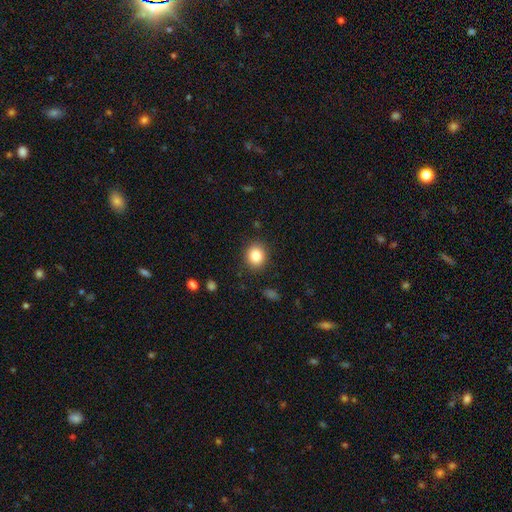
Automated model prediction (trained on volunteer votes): smooth-or-featured: smooth: 85% | star or artifact: 9% | featured or disk: 5%
  how-rounded: round: 79% | in between: 20% | cigar-shaped: 1%
  merging: none: 89% | minor disturbance: 7% | major disturbance: 2% | merger: 1%